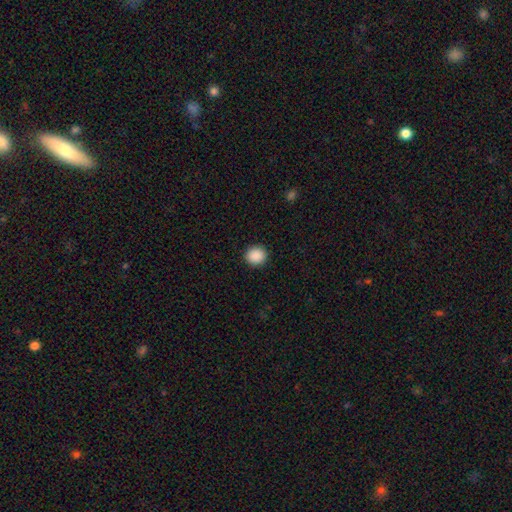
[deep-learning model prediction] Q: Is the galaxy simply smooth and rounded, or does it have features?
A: smooth — 89%.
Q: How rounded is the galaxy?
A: round — 89%.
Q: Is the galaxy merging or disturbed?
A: none — 92%.